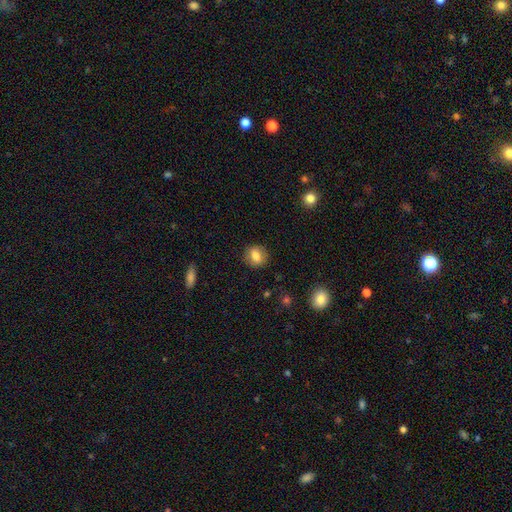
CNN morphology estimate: Smooth or featured? smooth (77%)
How rounded? round (63%)
Merging? none (85%)